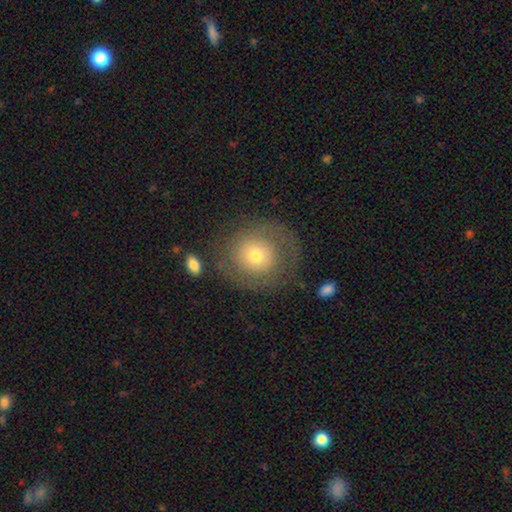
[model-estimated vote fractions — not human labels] A smooth galaxy with no disk features (53%) that is round (89%). Merging: none (70%).